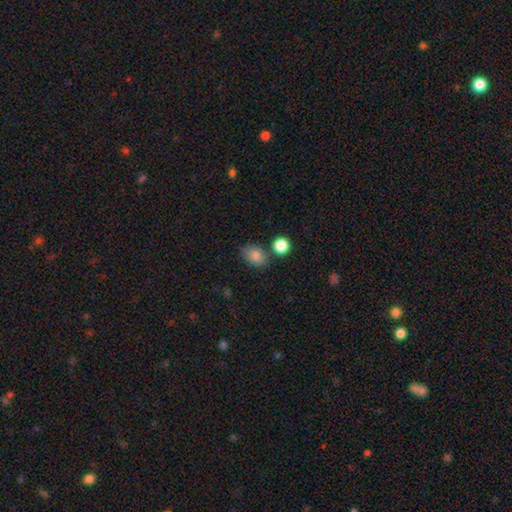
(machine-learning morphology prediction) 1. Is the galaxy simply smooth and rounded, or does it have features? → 84% smooth, 10% star or artifact, 7% featured or disk.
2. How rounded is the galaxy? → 65% in between, 34% round, 1% cigar-shaped.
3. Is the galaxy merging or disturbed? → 65% none, 20% minor disturbance, 10% merger, 5% major disturbance.